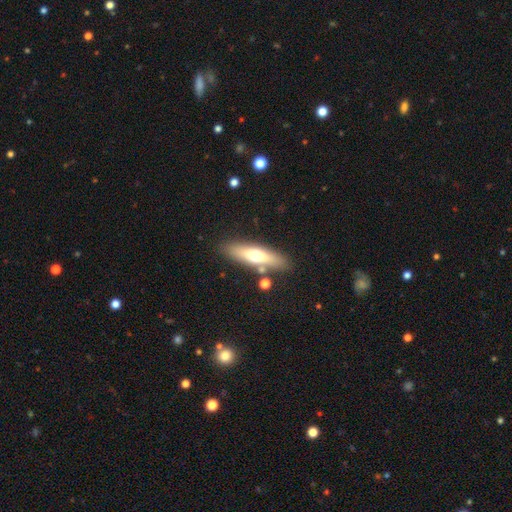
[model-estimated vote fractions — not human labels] smooth-or-featured: smooth: 54% | featured or disk: 40% | star or artifact: 6%
  how-rounded: cigar-shaped: 63% | in between: 34% | round: 2%
  merging: none: 80% | minor disturbance: 10% | merger: 7% | major disturbance: 3%